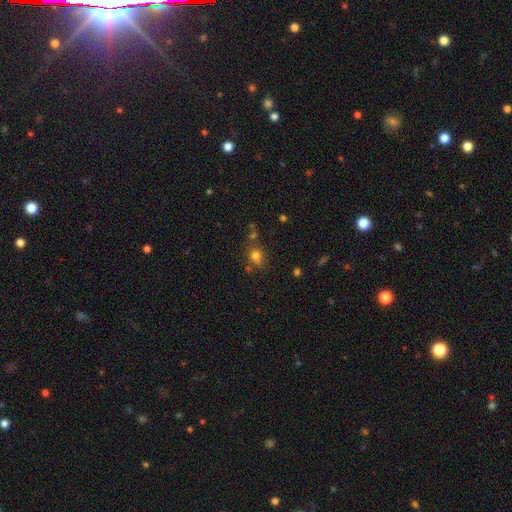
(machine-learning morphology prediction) The model was most divided on "merging": none: 62%, merger: 17%, minor disturbance: 15%, major disturbance: 6%. More confident: smooth or featured — smooth (73%); how rounded — round (73%).